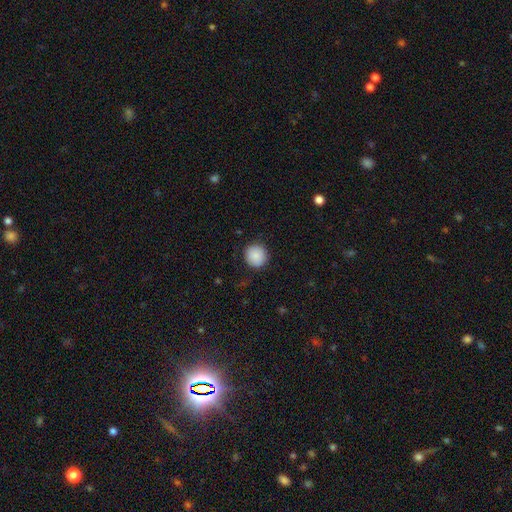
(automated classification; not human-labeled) smooth-or-featured: smooth: 89% | star or artifact: 8% | featured or disk: 4%
  how-rounded: round: 93% | in between: 6% | cigar-shaped: 1%
  merging: none: 88% | minor disturbance: 8% | major disturbance: 2% | merger: 1%